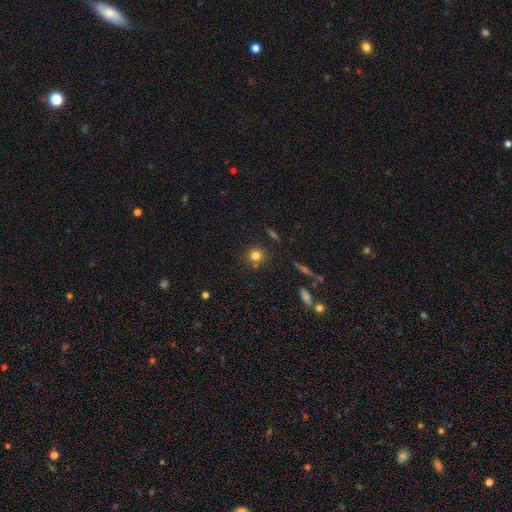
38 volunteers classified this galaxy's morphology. Smooth or featured? smooth (87%)
How rounded? round (91%)
Merging? none (77%)